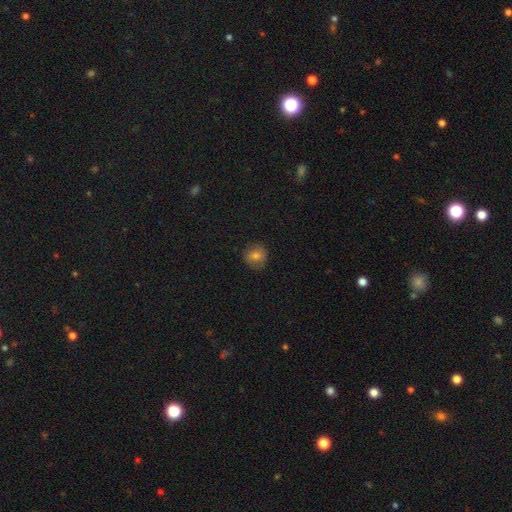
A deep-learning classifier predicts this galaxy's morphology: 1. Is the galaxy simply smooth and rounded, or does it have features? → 72% smooth, 16% featured or disk, 12% star or artifact.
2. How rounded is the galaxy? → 87% round, 12% in between, 1% cigar-shaped.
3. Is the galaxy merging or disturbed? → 86% none, 10% minor disturbance, 3% major disturbance, 1% merger.